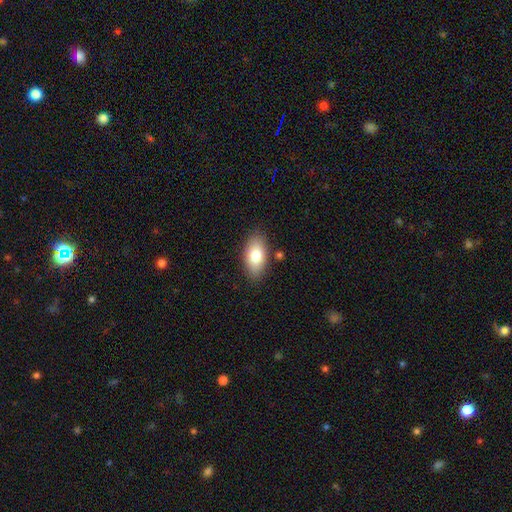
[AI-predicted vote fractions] Smooth or featured? Predicted: smooth (p=0.80). How rounded? Predicted: in between (p=0.92). Merging? Predicted: none (p=0.84).